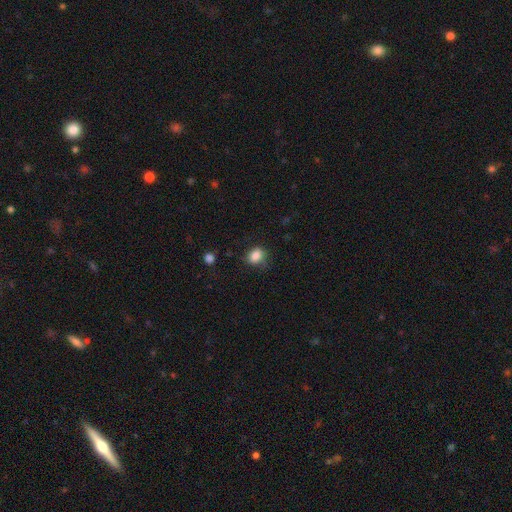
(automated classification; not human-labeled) Smooth or featured? Predicted: smooth (p=0.86). How rounded? Predicted: in between (p=0.51). Merging? Predicted: none (p=0.73).